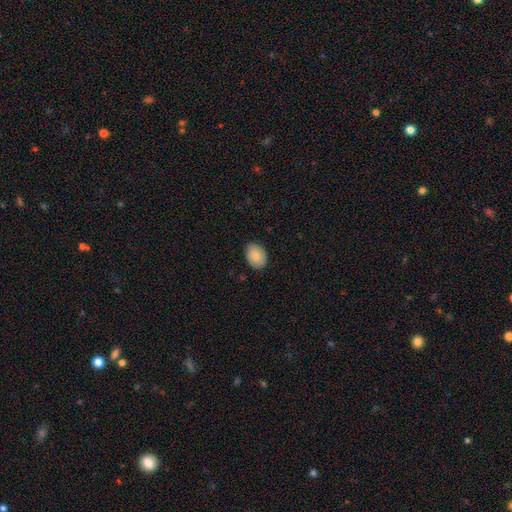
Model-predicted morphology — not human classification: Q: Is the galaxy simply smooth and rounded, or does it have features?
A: smooth — 86%.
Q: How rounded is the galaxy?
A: in between — 76%.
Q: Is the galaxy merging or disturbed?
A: none — 87%.